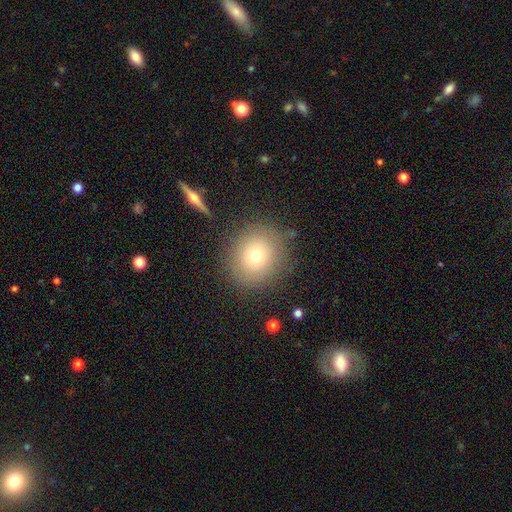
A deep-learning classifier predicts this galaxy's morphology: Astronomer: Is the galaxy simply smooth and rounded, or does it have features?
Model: smooth — 72%.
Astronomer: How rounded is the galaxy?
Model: round — 86%.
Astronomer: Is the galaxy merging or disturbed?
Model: none — 84%.